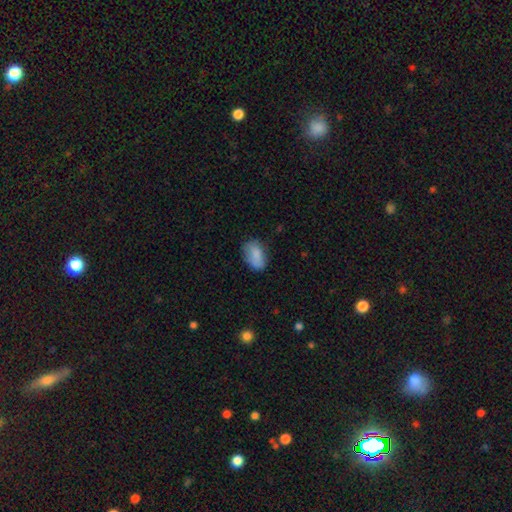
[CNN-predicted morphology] Smooth or featured? Predicted: smooth (p=0.83). How rounded? Predicted: in between (p=0.90). Merging? Predicted: none (p=0.69).